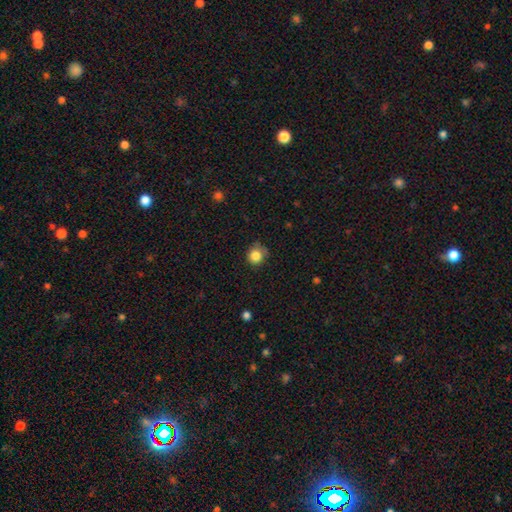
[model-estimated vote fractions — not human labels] This is clearly a smooth galaxy (84%). How rounded: clearly round (87%). Merging: likely none (68%).